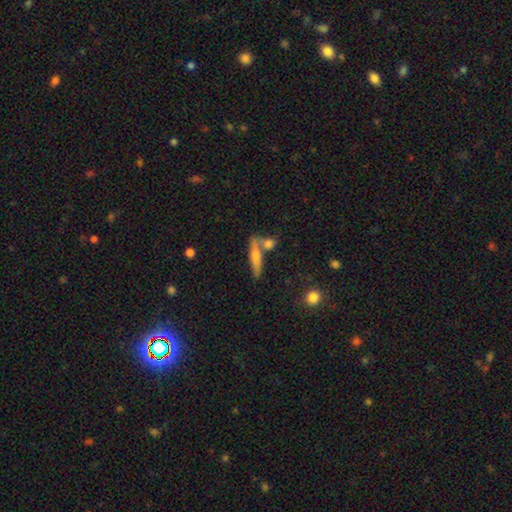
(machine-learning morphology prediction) type=smooth (53%); roundness=cigar-shaped (81%); merging=none (62%).